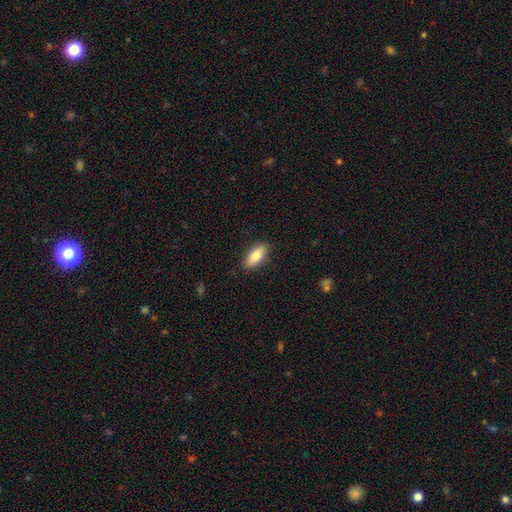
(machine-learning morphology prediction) A smooth galaxy with no disk features (82%) that is in between round and cigar-shaped (78%). Merging: none (87%).